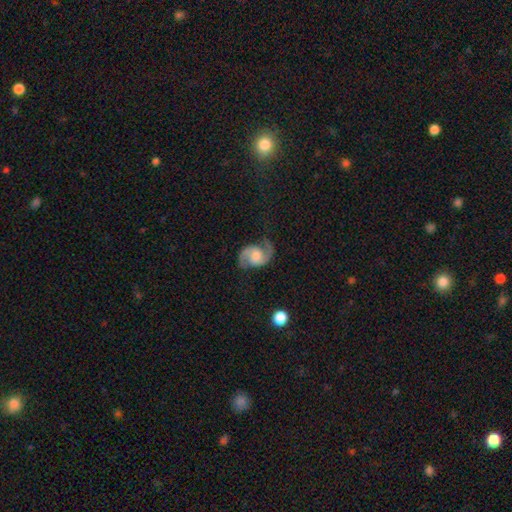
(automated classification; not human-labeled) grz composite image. It shows a featured or disk galaxy (89%) with no bar (60%), 2 (94%) medium (57%) spiral arms (98%) and a moderate central bulge (50%). Merging: none (78%).